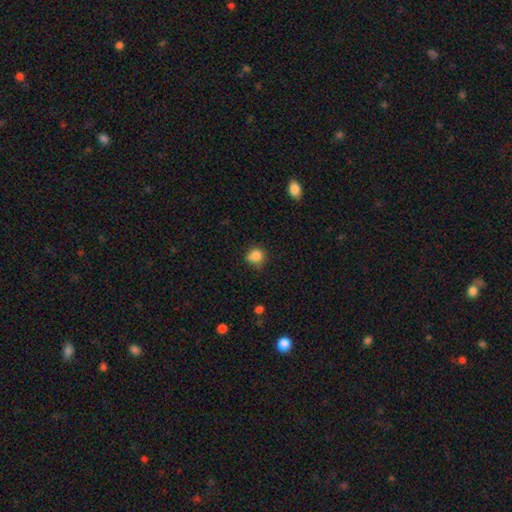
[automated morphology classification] Q: Smooth or featured?
A: smooth (83%); runner-up: star or artifact (11%)
Q: How rounded?
A: round (77%); runner-up: in between (22%)
Q: Merging?
A: none (55%); runner-up: minor disturbance (30%)